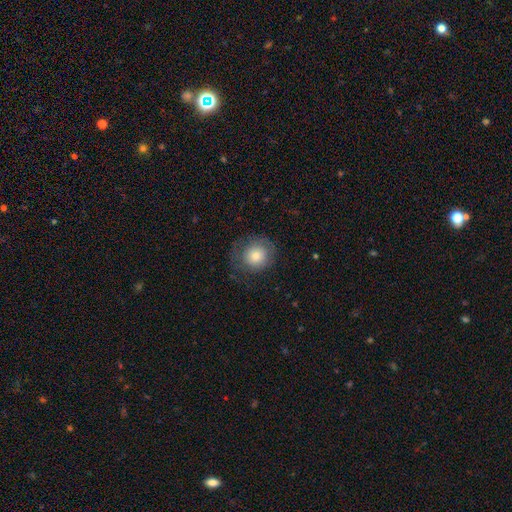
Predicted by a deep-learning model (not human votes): This is likely a smooth galaxy (74%). How rounded: clearly round (86%). Merging: likely none (69%).